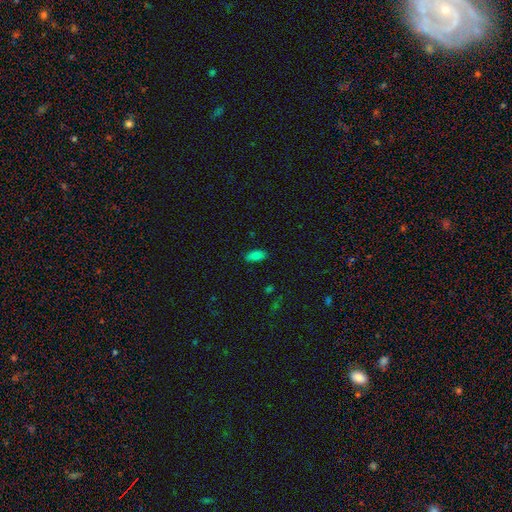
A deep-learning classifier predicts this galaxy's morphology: smooth-or-featured: smooth: 82% | star or artifact: 12% | featured or disk: 5%
  how-rounded: in between: 90% | cigar-shaped: 7% | round: 3%
  merging: none: 81% | minor disturbance: 15% | major disturbance: 3% | merger: 2%